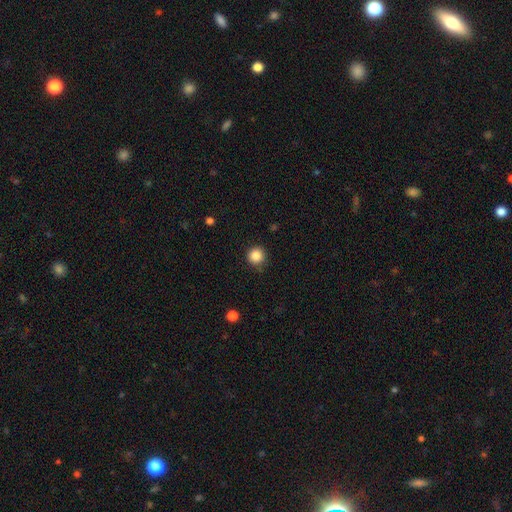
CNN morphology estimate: This is clearly a smooth galaxy (86%). How rounded: clearly round (95%). Merging: clearly none (87%).